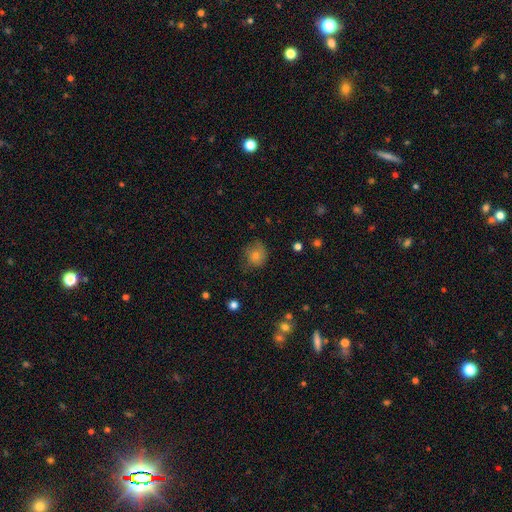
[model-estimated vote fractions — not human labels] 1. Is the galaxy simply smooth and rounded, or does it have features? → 63% smooth, 22% featured or disk, 15% star or artifact.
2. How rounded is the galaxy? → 75% round, 24% in between, 1% cigar-shaped.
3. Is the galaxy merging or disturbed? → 65% none, 24% minor disturbance, 9% major disturbance, 2% merger.